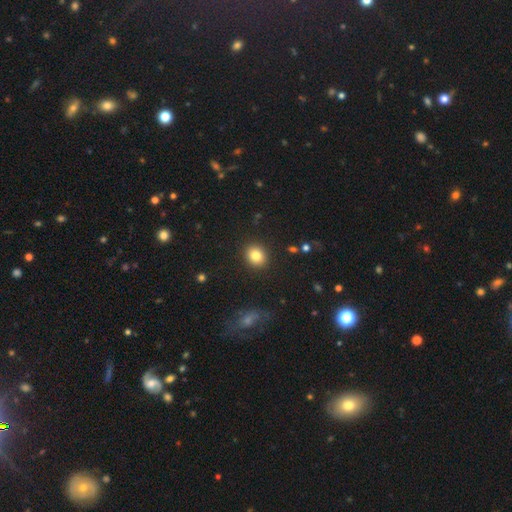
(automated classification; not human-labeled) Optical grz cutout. It shows a smooth galaxy with no disk features (83%) that is round (70%). Merging: none (90%).